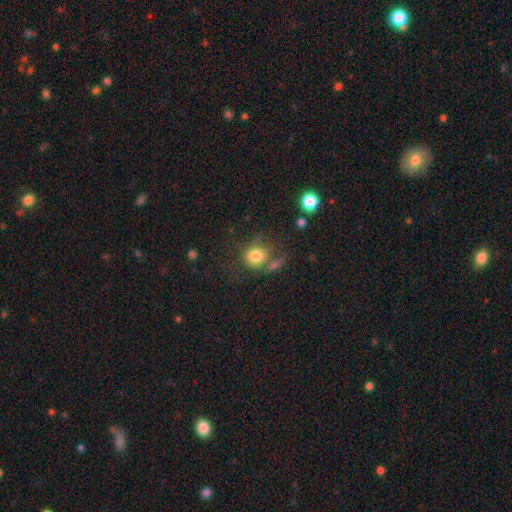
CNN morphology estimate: Smooth or featured?
  - smooth: 79% *
  - star or artifact: 11%
  - featured or disk: 10%
How rounded?
  - round: 81% *
  - in between: 18%
  - cigar-shaped: 1%
Merging?
  - none: 55% *
  - merger: 17%
  - minor disturbance: 17%
  - major disturbance: 11%